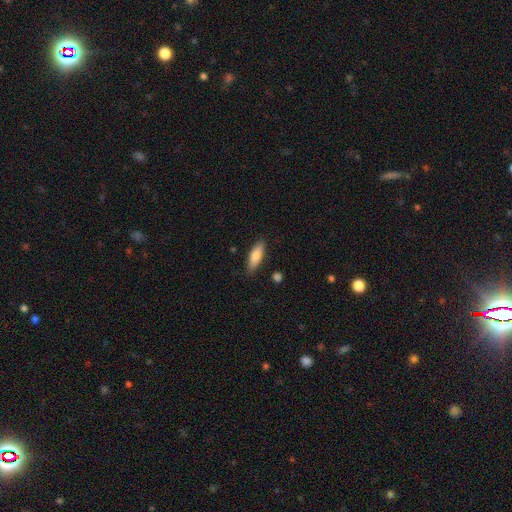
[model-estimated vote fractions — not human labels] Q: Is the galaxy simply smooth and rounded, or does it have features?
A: smooth — 82%.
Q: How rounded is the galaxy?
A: in between — 59%.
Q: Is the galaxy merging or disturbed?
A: none — 84%.